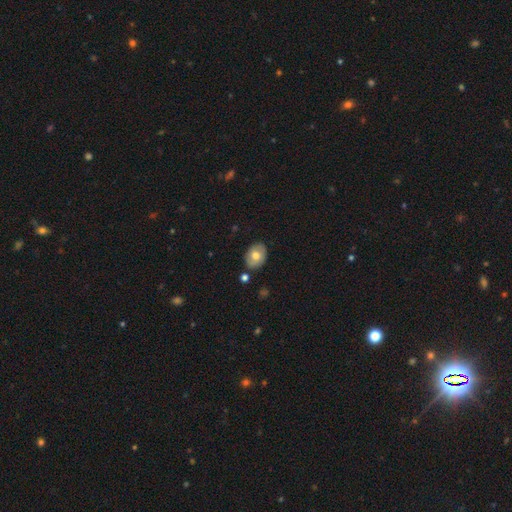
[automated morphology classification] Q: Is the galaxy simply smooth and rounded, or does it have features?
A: smooth — 70%.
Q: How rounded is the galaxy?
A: in between — 67%.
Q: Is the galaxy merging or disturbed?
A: none — 82%.